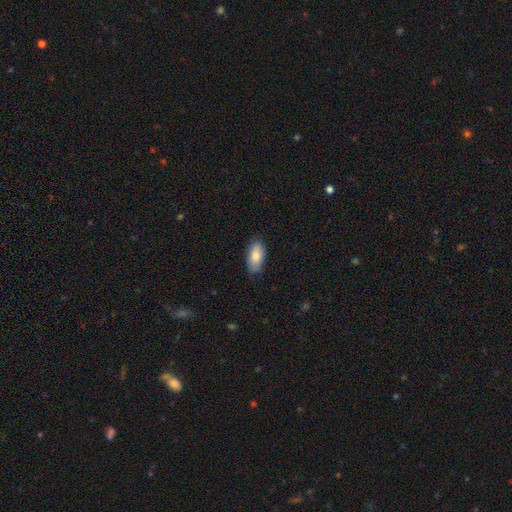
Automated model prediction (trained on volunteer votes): A smooth galaxy with no disk features (81%) that is in between round and cigar-shaped (92%).

Vote fractions:
- Smooth or featured? smooth: 81% / featured or disk: 13% / star or artifact: 6%
- How rounded? in between: 92% / cigar-shaped: 6% / round: 3%
- Merging? none: 82% / minor disturbance: 14% / major disturbance: 2% / merger: 1%